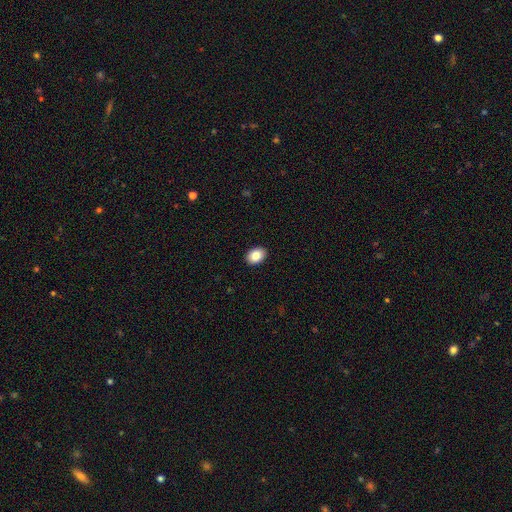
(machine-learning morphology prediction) Overall: smooth (85%). How rounded: in between (76%). Merging: none (91%).